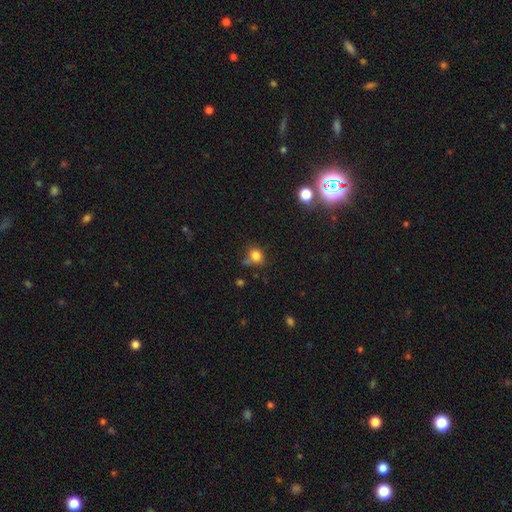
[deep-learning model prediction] The model was most divided on "merging": none: 53%, minor disturbance: 27%, major disturbance: 11%, merger: 9%. More confident: smooth or featured — smooth (79%); how rounded — round (64%).